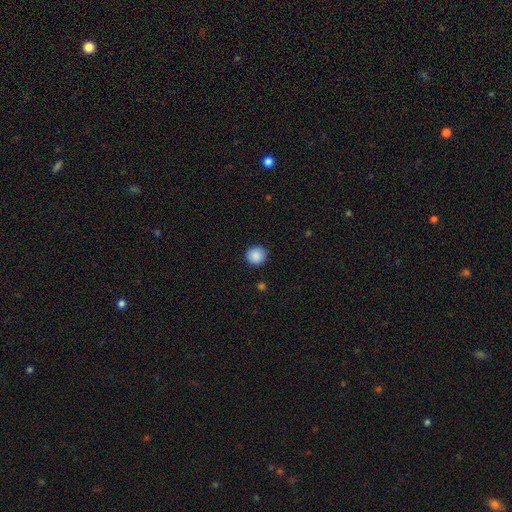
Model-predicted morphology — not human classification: type=smooth (89%); roundness=round (92%); merging=none (90%).